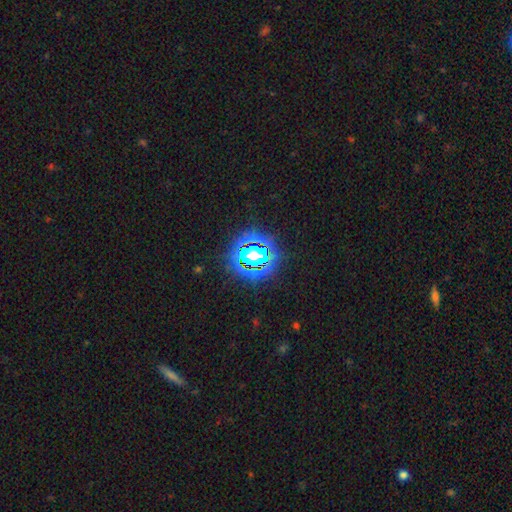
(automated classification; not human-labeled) A star or artifact, not a galaxy (79%).

Vote fractions:
- Smooth or featured? star or artifact: 79% / smooth: 13% / featured or disk: 8%